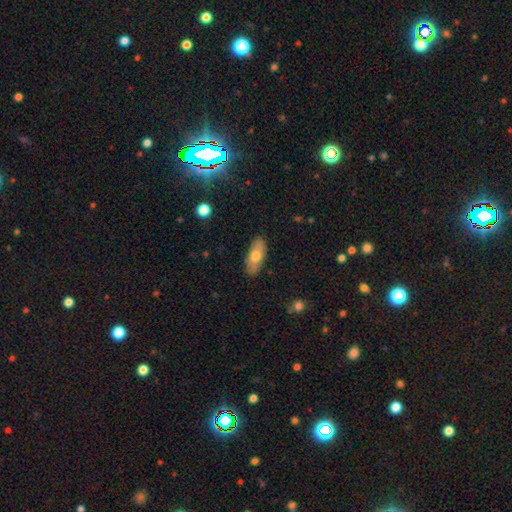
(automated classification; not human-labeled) This is likely a smooth galaxy (71%). How rounded: clearly in between (81%). Merging: clearly none (85%).